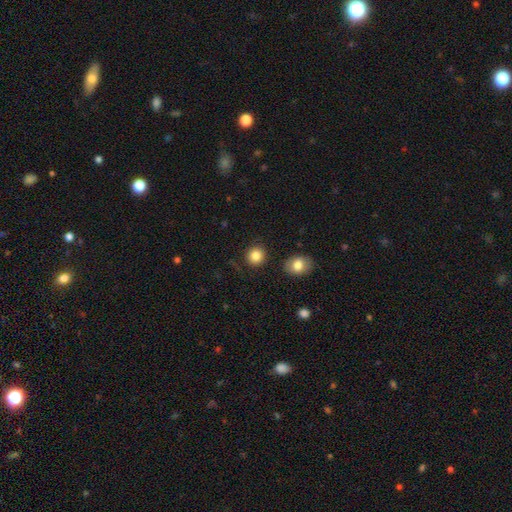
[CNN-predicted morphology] Smooth or featured? Predicted: smooth (p=0.85). How rounded? Predicted: round (p=0.89). Merging? Predicted: none (p=0.87).